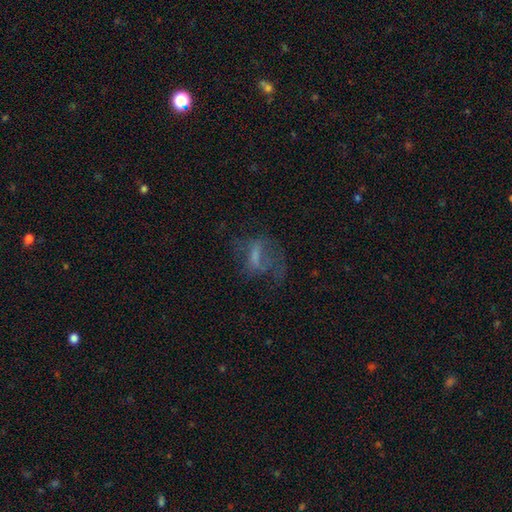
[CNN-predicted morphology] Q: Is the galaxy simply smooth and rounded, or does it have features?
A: featured or disk — 48%.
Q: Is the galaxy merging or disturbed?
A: none — 44%.